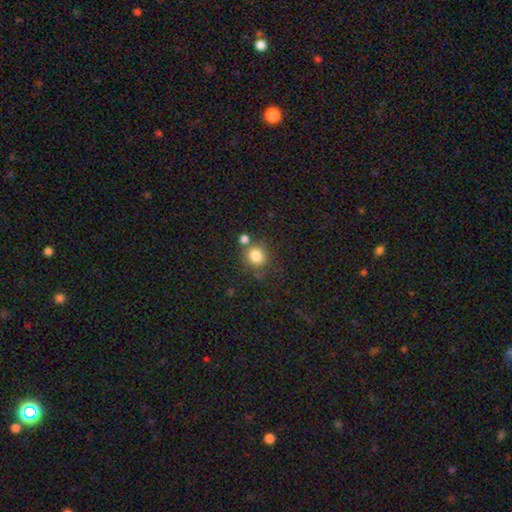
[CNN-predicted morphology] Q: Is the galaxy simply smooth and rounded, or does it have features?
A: smooth — 82%.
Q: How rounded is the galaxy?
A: round — 83%.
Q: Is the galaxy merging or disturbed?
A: none — 65%.